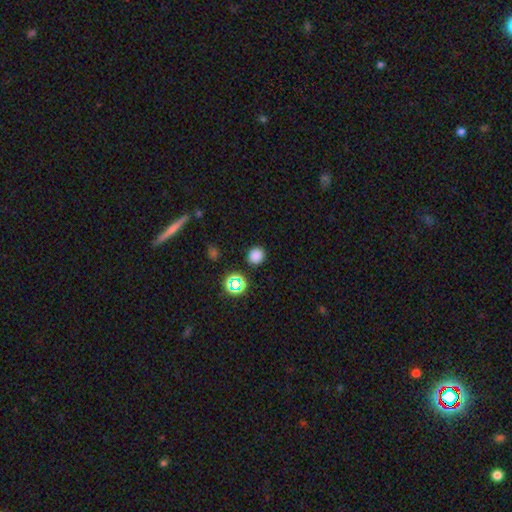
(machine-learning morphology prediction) Smooth or featured: smooth — 78% (star or artifact — 18%)
How rounded: round — 87% (in between — 12%)
Merging: none — 89% (minor disturbance — 7%)